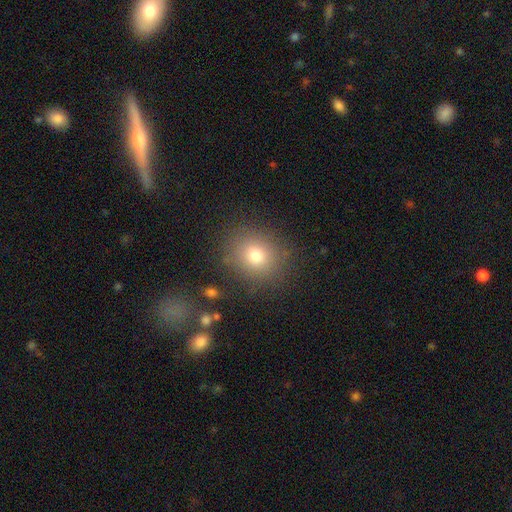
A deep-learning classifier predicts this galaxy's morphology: This appears to be a smooth galaxy with no disk features (75%) that is round (78%). Merging: none (84%).